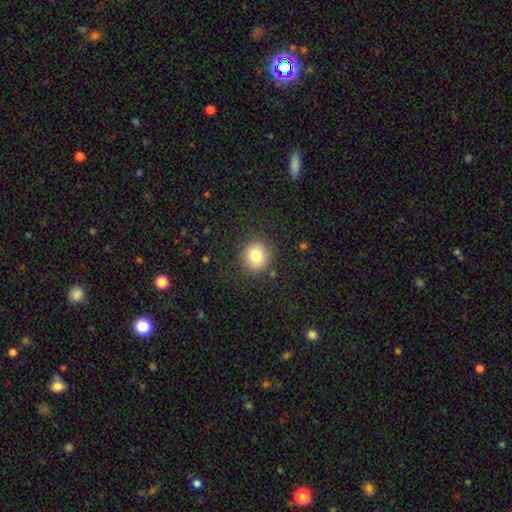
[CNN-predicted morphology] Smooth or featured: smooth — 80% (star or artifact — 10%)
How rounded: round — 90% (in between — 9%)
Merging: none — 88% (minor disturbance — 8%)